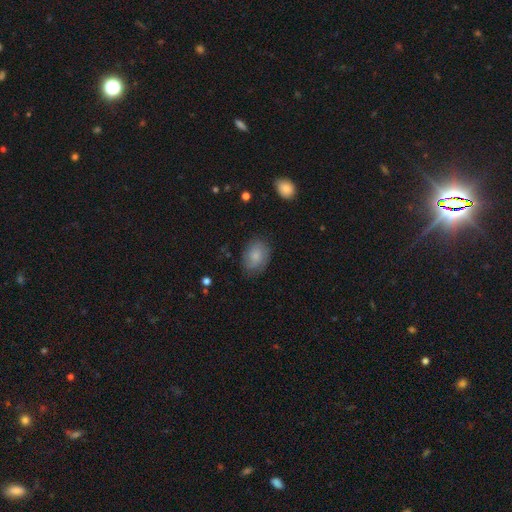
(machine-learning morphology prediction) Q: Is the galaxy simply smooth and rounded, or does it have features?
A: smooth — 78%.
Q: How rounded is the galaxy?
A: in between — 73%.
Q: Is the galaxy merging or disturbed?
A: none — 76%.